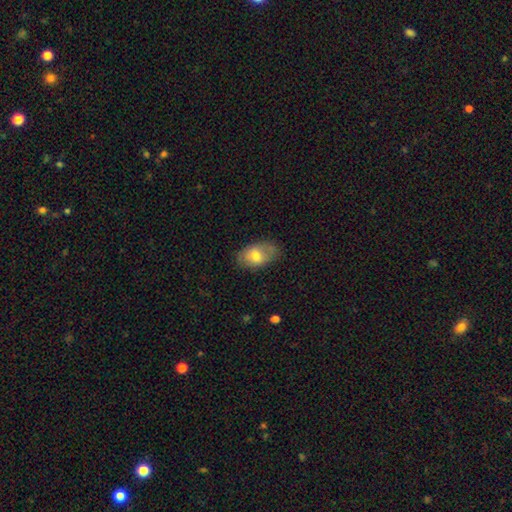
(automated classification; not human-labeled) A smooth galaxy with no disk features (66%) that is in between round and cigar-shaped (89%). Merging: none (72%).